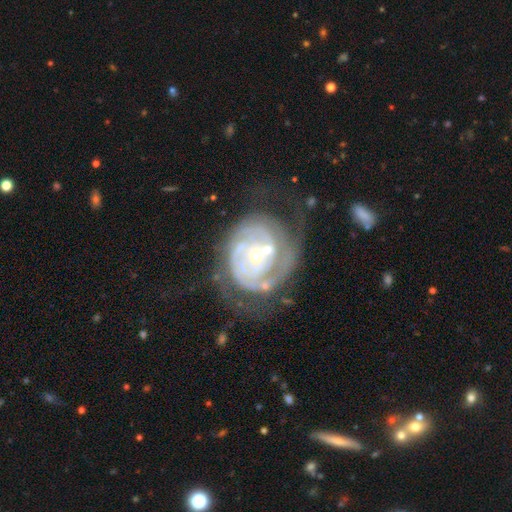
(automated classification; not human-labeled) Smooth or featured?
  - featured or disk: 86% *
  - smooth: 8%
  - star or artifact: 5%
Edge-on disk?
  - no: 98% *
  - yes: 2%
Bar?
  - no: 76% *
  - weak: 18%
  - strong: 6%
Spiral arms?
  - yes: 92% *
  - no: 8%
Spiral winding?
  - tight: 72% *
  - medium: 21%
  - loose: 7%
Spiral arm count?
  - 2: 36% *
  - can't tell: 30%
  - 3: 17%
  - 1: 7%
  - 4: 6%
  - more than 4: 5%
Bulge size?
  - small: 74% *
  - moderate: 21%
  - none: 2%
  - large: 2%
  - dominant: 1%
Merging?
  - none: 44% *
  - major disturbance: 21%
  - minor disturbance: 19%
  - merger: 16%